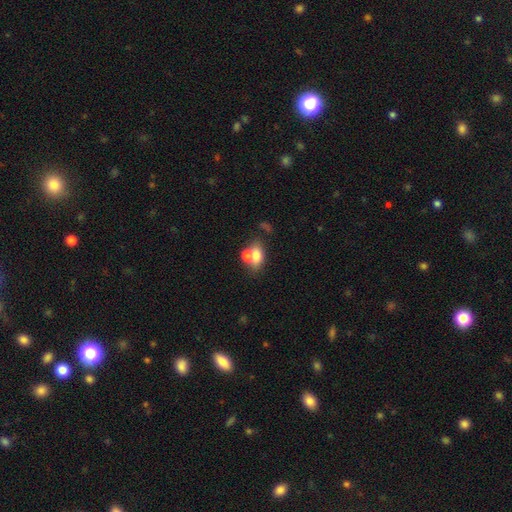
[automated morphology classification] Smooth or featured?
  - smooth: 68% *
  - featured or disk: 21%
  - star or artifact: 11%
How rounded?
  - in between: 73% *
  - round: 23%
  - cigar-shaped: 4%
Merging?
  - merger: 49% *
  - none: 34%
  - minor disturbance: 11%
  - major disturbance: 6%